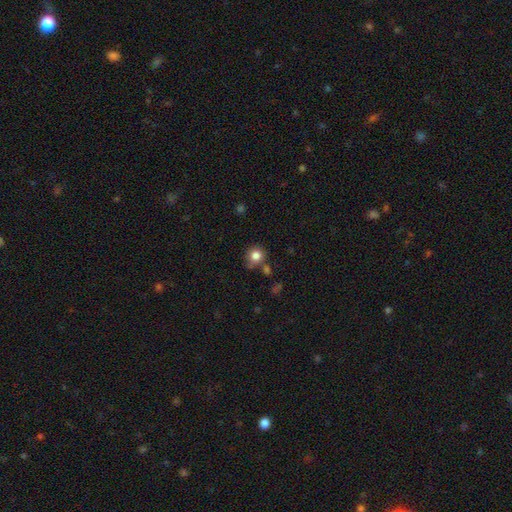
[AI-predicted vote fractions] Q: Smooth or featured?
A: smooth (82%); runner-up: star or artifact (11%)
Q: How rounded?
A: round (87%); runner-up: in between (12%)
Q: Merging?
A: none (71%); runner-up: minor disturbance (15%)